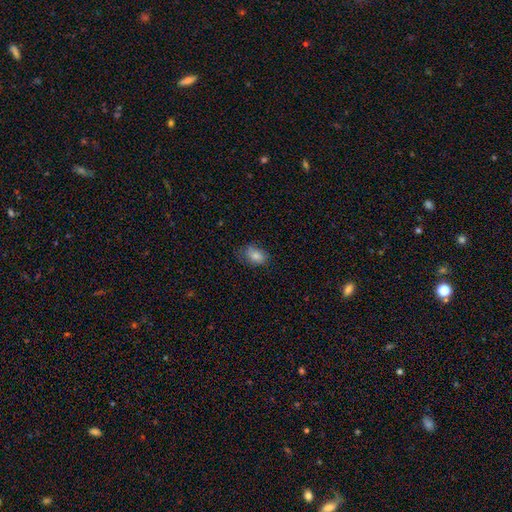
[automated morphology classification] Smooth or featured? smooth (81%)
How rounded? in between (84%)
Merging? none (68%)